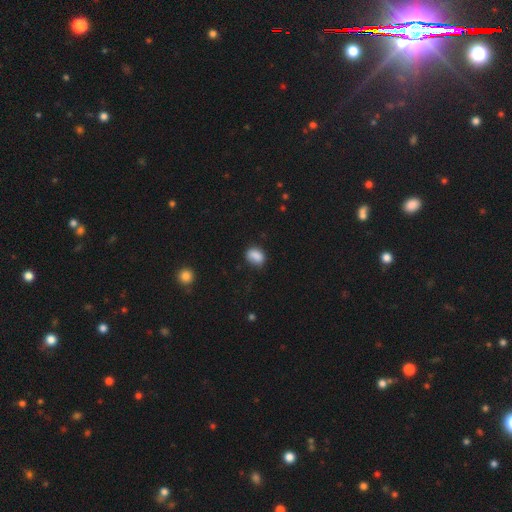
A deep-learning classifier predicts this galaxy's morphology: The model was most divided on "how rounded": in between: 71%, round: 27%, cigar-shaped: 2%. More confident: smooth or featured — smooth (85%); merging — none (69%).